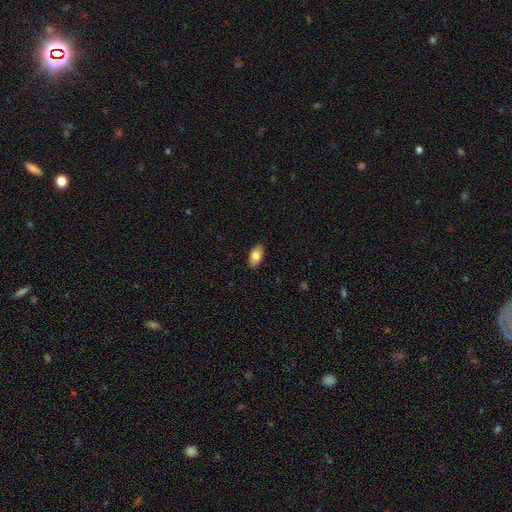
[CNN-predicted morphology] A smooth galaxy with no disk features (82%) that is in between round and cigar-shaped (92%). Merging: none (88%).